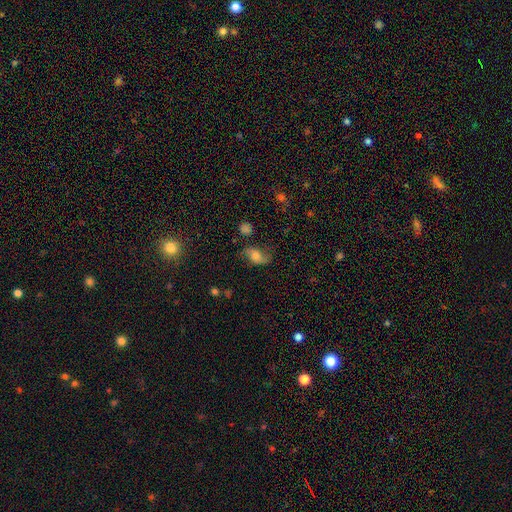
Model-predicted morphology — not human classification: A featured or disk galaxy (50%). Merging: none (65%).